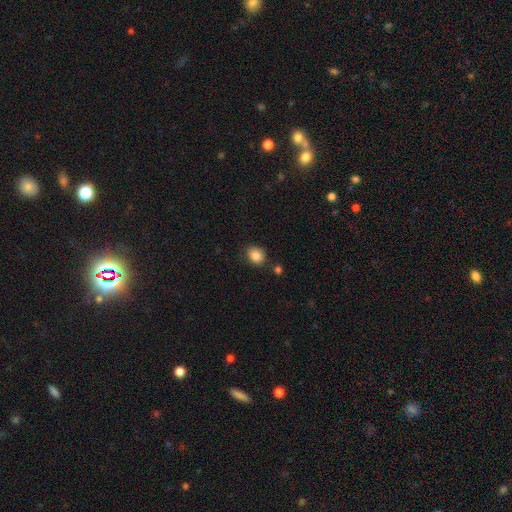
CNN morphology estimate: Smooth or featured: smooth — 86% (star or artifact — 10%)
How rounded: round — 62% (in between — 37%)
Merging: none — 80% (minor disturbance — 13%)